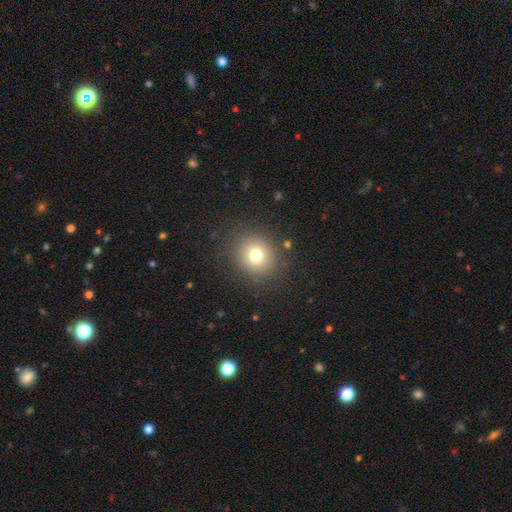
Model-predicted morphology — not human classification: Smooth or featured: smooth — 75% (star or artifact — 16%)
How rounded: round — 84% (in between — 15%)
Merging: none — 89% (minor disturbance — 7%)